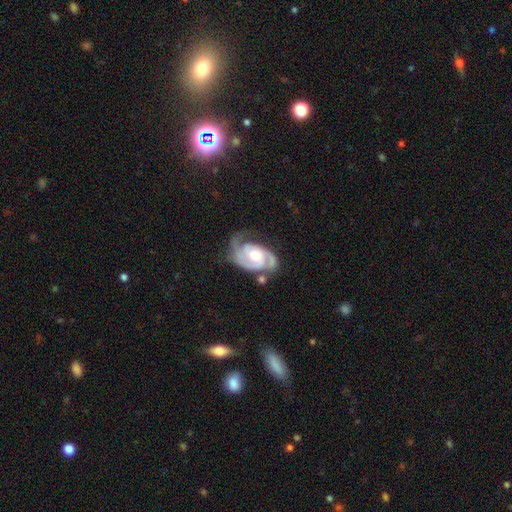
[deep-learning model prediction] Smooth or featured? Predicted: featured or disk (p=0.89). Edge-on disk? Predicted: no (p=0.97). Bar? Predicted: no (p=0.59). Spiral arms? Predicted: yes (p=0.97). Spiral winding? Predicted: tight (p=0.52). Spiral arm count? Predicted: 2 (p=0.67). Bulge size? Predicted: moderate (p=0.66). Merging? Predicted: none (p=0.52).